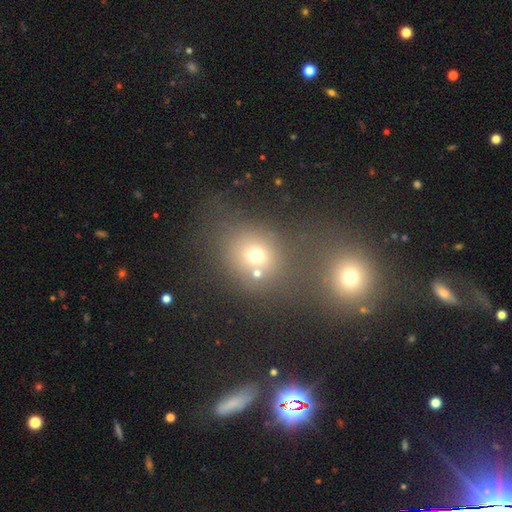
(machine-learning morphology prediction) Overall: smooth (66%). How rounded: round (71%). Merging: none (53%; merger 29%).